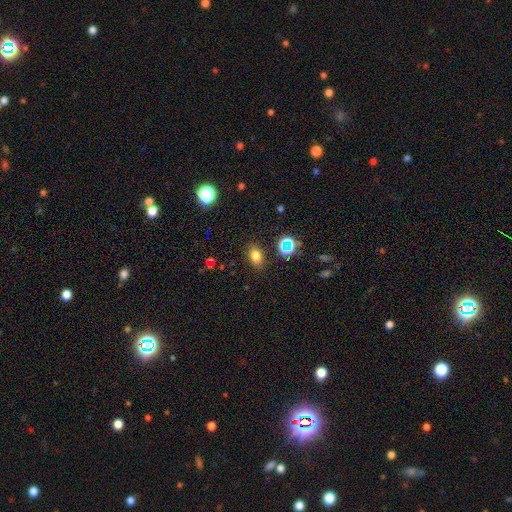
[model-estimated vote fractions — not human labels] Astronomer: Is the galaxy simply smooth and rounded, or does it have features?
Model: smooth — 75%.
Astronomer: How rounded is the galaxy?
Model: in between — 77%.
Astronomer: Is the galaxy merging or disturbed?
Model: none — 85%.